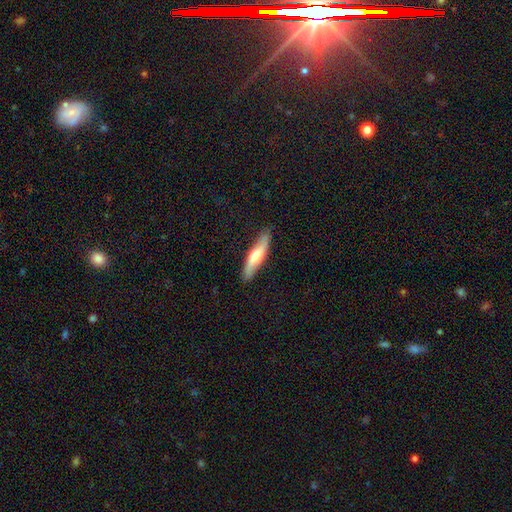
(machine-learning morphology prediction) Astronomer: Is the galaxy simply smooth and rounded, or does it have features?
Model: smooth — 56% (runner-up: featured or disk, 39%).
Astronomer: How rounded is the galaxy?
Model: cigar-shaped — 81%.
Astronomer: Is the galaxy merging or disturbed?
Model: none — 85%.